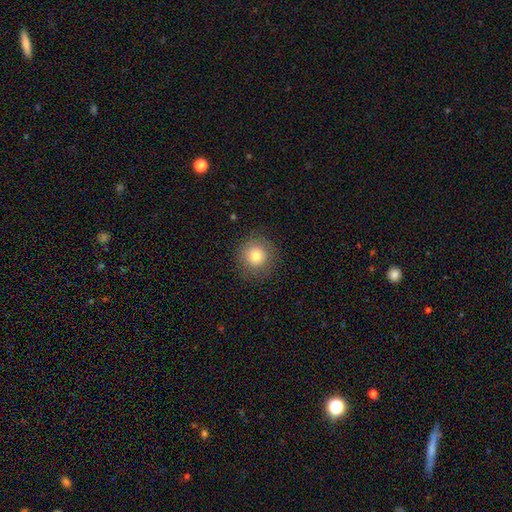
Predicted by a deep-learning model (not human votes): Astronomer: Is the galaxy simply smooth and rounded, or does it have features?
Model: smooth — 80%.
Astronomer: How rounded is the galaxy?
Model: round — 93%.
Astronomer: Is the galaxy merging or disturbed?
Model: none — 87%.